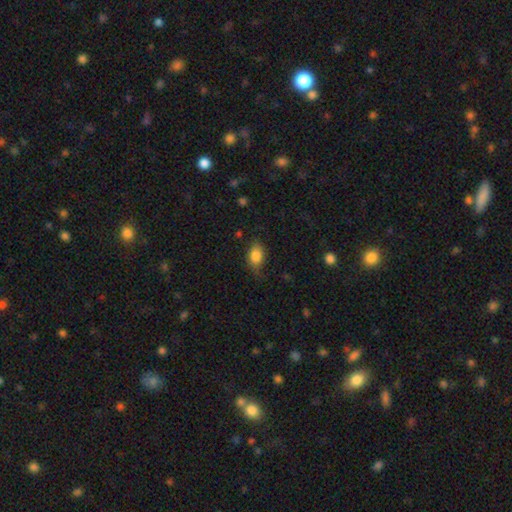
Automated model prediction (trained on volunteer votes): Morphology: type=smooth (83%); roundness=in between (86%); merging=none (69%).